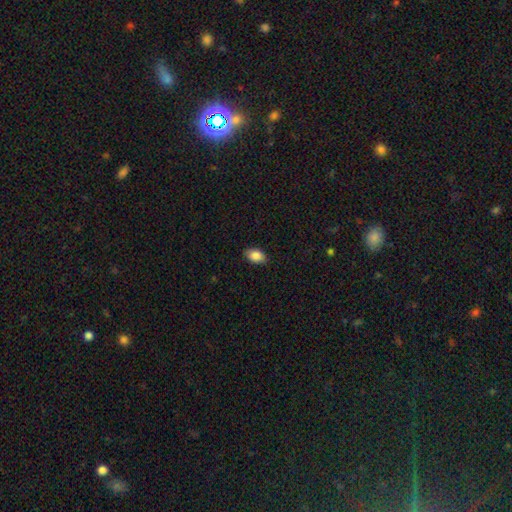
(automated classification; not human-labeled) Morphology: type=smooth (87%); roundness=in between (88%); merging=none (85%).